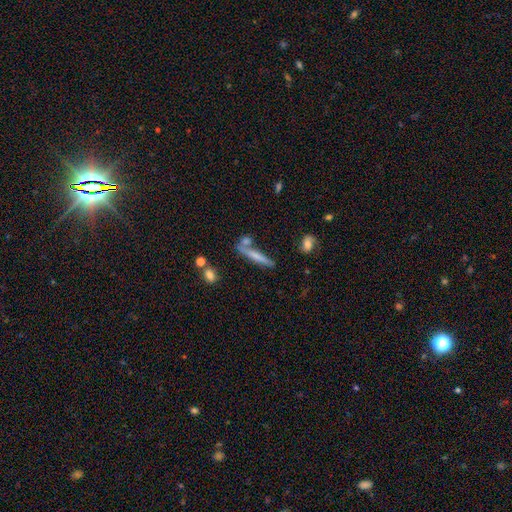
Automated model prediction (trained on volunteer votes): The model was most divided on "smooth or featured": smooth: 50%, featured or disk: 41%, star or artifact: 8%. More confident: how rounded — cigar-shaped (91%); merging — none (64%).